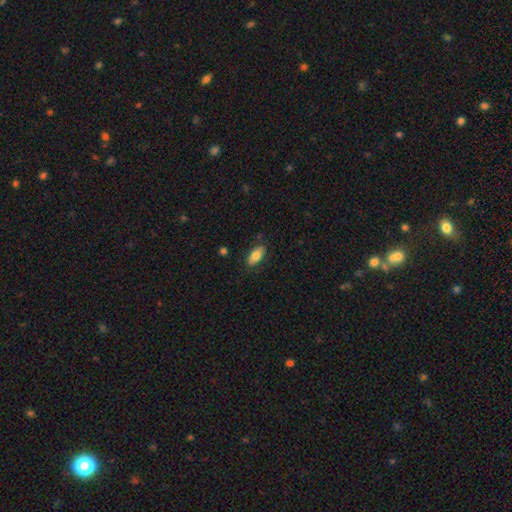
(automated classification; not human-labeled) Q: Smooth or featured?
A: smooth (77%); runner-up: featured or disk (17%)
Q: How rounded?
A: in between (90%); runner-up: cigar-shaped (6%)
Q: Merging?
A: none (80%); runner-up: minor disturbance (15%)